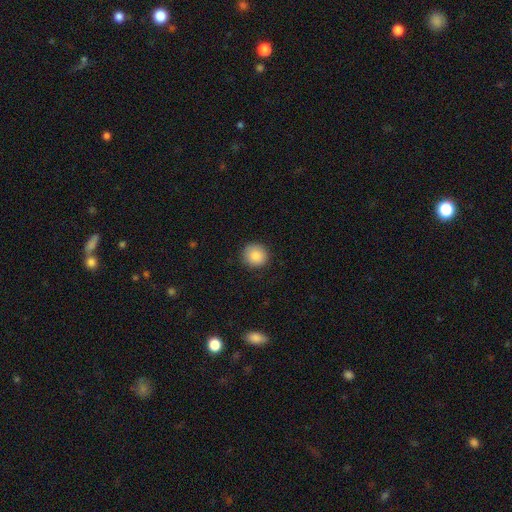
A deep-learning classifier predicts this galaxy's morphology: Smooth or featured?
  - smooth: 87% *
  - star or artifact: 9%
  - featured or disk: 5%
How rounded?
  - round: 90% *
  - in between: 9%
  - cigar-shaped: 1%
Merging?
  - none: 89% *
  - minor disturbance: 8%
  - major disturbance: 2%
  - merger: 1%